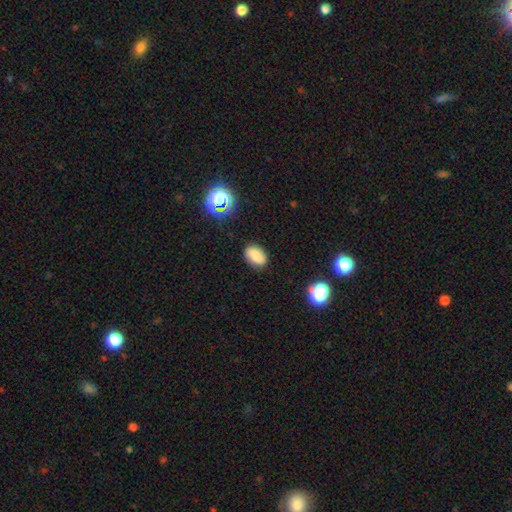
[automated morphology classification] A smooth galaxy with no disk features (75%) that is in between round and cigar-shaped (85%).

Vote fractions:
- Smooth or featured? smooth: 75% / featured or disk: 13% / star or artifact: 13%
- How rounded? in between: 85% / round: 13% / cigar-shaped: 2%
- Merging? none: 82% / minor disturbance: 13% / major disturbance: 3% / merger: 2%